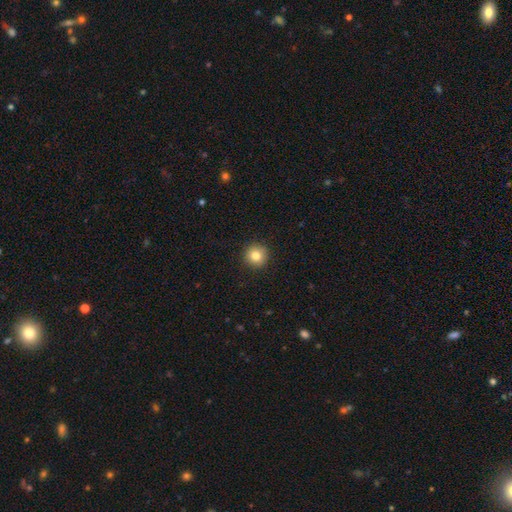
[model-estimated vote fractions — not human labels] smooth 81%, star or artifact 10%, featured or disk 8%. Down the decision tree: how rounded — round (95%); merging — none (92%).